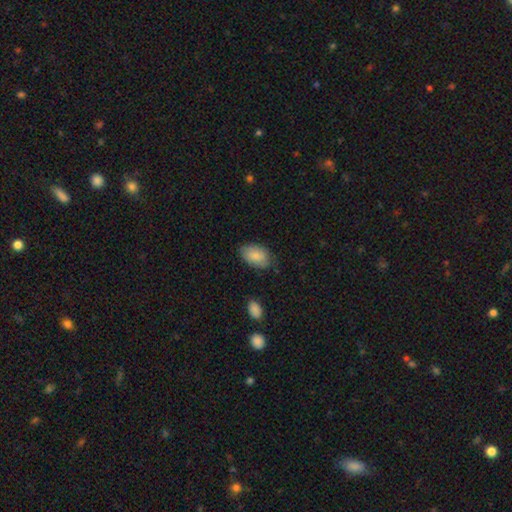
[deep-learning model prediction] The model was most divided on "merging": none: 74%, minor disturbance: 20%, major disturbance: 4%, merger: 2%. More confident: how rounded — in between (91%); smooth or featured — smooth (83%).